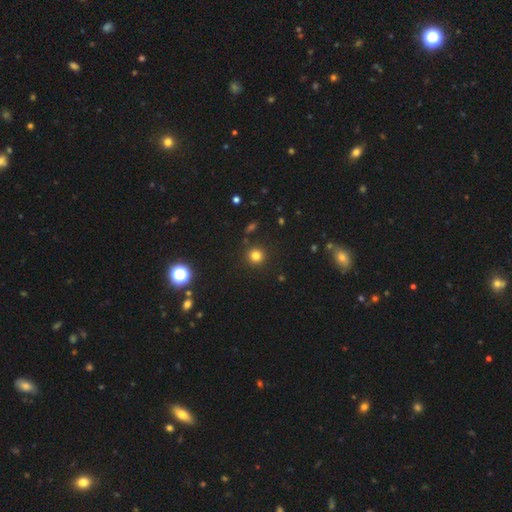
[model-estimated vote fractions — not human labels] Smooth or featured? smooth (79%)
How rounded? round (93%)
Merging? none (89%)